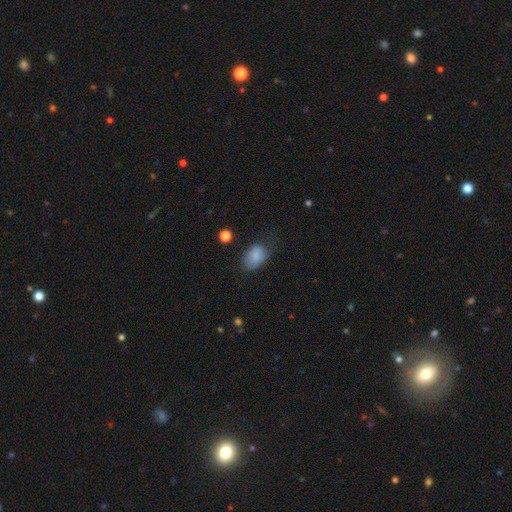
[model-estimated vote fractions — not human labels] Smooth or featured? Predicted: smooth (p=0.81). How rounded? Predicted: in between (p=0.80). Merging? Predicted: none (p=0.51).